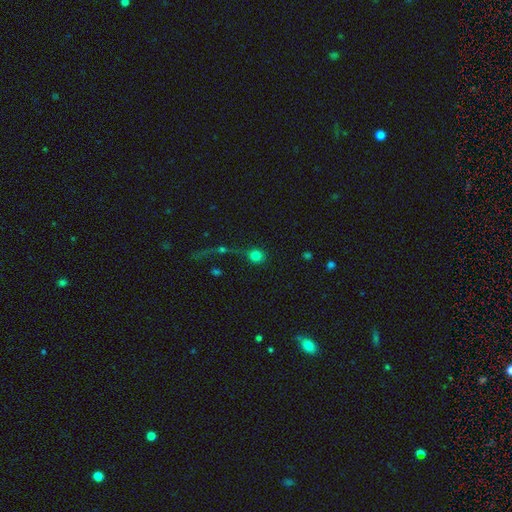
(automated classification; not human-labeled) Smooth or featured: smooth — 79% (star or artifact — 14%)
How rounded: round — 88% (in between — 10%)
Merging: none — 61% (merger — 18%)